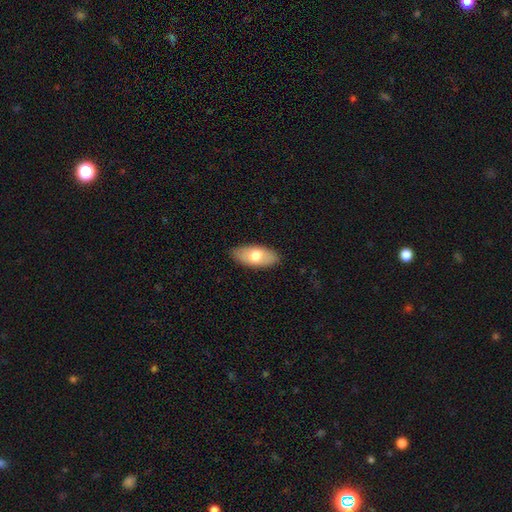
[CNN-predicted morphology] A smooth galaxy with no disk features (69%) that is in between round and cigar-shaped (90%).

Vote fractions:
- Smooth or featured? smooth: 69% / featured or disk: 25% / star or artifact: 6%
- How rounded? in between: 90% / cigar-shaped: 8% / round: 3%
- Merging? none: 86% / minor disturbance: 11% / major disturbance: 2% / merger: 1%